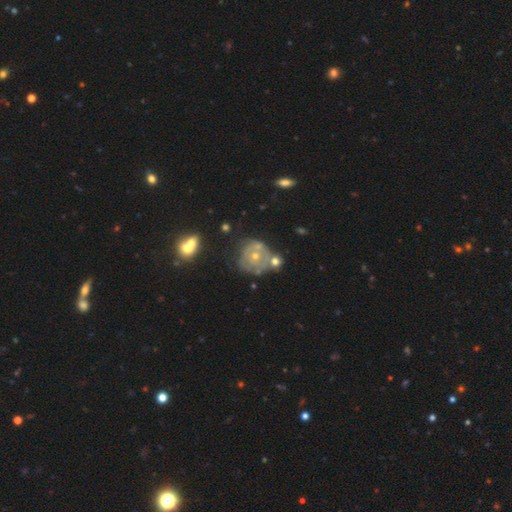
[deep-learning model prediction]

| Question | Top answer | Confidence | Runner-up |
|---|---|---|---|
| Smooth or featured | featured or disk | 65% | smooth (26%) |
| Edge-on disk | no | 97% | yes (3%) |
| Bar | no | 86% | weak (11%) |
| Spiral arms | no | 50% | tied: yes (50%) |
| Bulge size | small | 52% | moderate (44%) |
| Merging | none | 47% | minor disturbance (22%) |